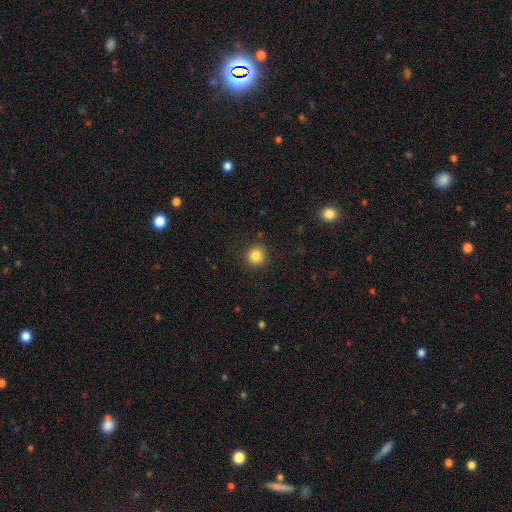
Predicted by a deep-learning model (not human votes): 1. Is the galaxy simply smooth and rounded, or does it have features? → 85% smooth, 11% star or artifact, 5% featured or disk.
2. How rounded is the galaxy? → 92% round, 7% in between, 1% cigar-shaped.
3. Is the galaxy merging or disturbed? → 88% none, 8% minor disturbance, 3% major disturbance, 1% merger.